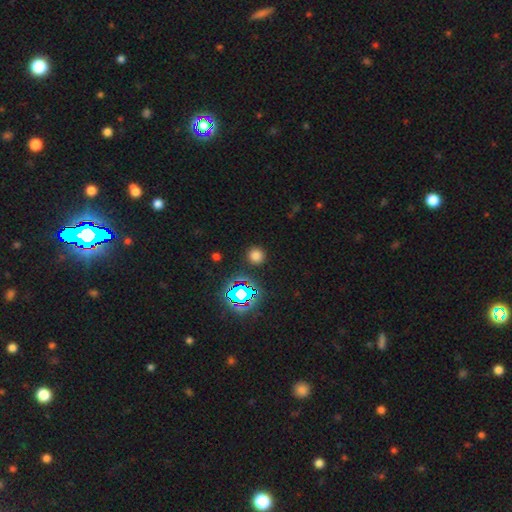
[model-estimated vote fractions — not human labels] This is likely a smooth galaxy (71%). How rounded: clearly round (92%). Merging: clearly none (88%).